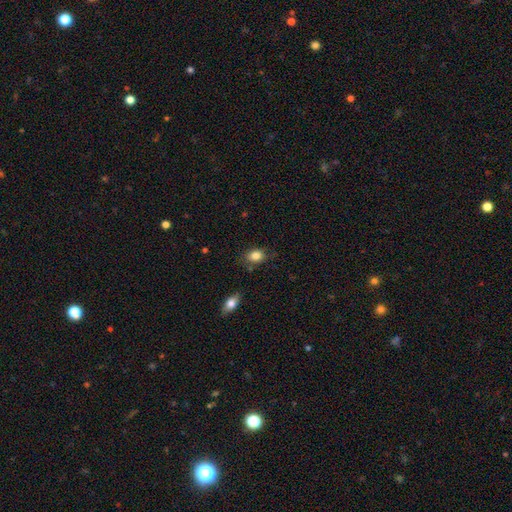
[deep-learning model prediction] Overall: smooth (83%). How rounded: in between (71%). Merging: none (72%).